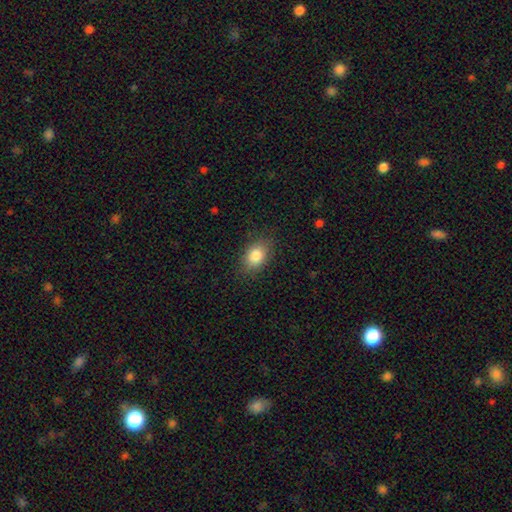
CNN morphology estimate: Smooth or featured?
  - smooth: 83% *
  - star or artifact: 9%
  - featured or disk: 8%
How rounded?
  - in between: 78% *
  - round: 20%
  - cigar-shaped: 2%
Merging?
  - none: 84% *
  - minor disturbance: 12%
  - major disturbance: 3%
  - merger: 1%